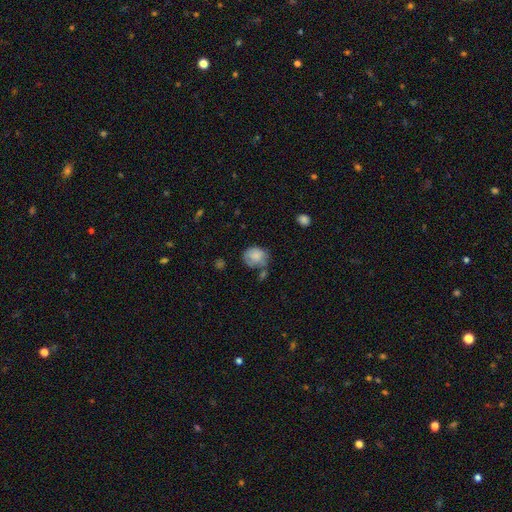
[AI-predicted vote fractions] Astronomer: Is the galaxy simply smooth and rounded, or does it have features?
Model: smooth — 76%.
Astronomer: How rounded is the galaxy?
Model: round — 57% (runner-up: in between, 42%).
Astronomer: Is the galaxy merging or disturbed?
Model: none — 46% (runner-up: minor disturbance, 30%).